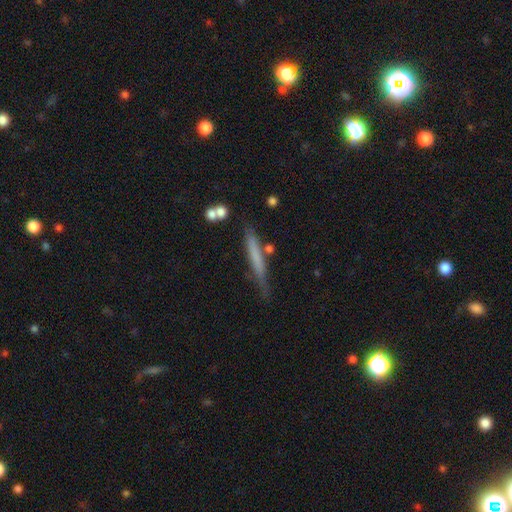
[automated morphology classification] A smooth galaxy with no disk features (59%) that is cigar-shaped (94%). Merging: none (71%).